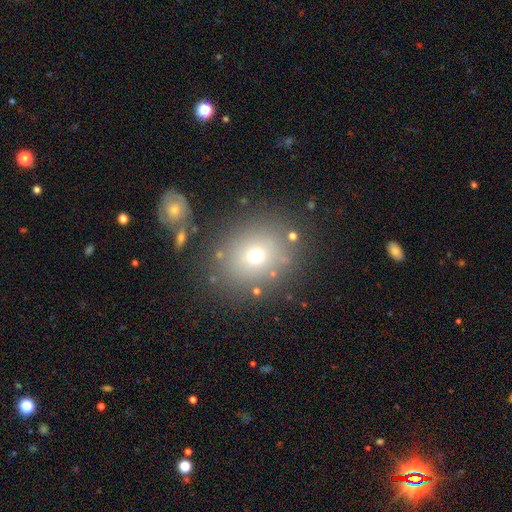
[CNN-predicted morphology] Overall: smooth (66%). How rounded: round (64%; in between 35%). Merging: none (81%).